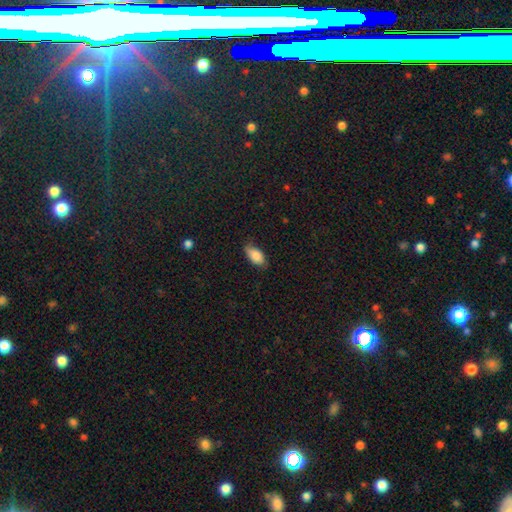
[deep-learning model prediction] Morphology: type=smooth (86%); roundness=in between (92%); merging=none (70%).